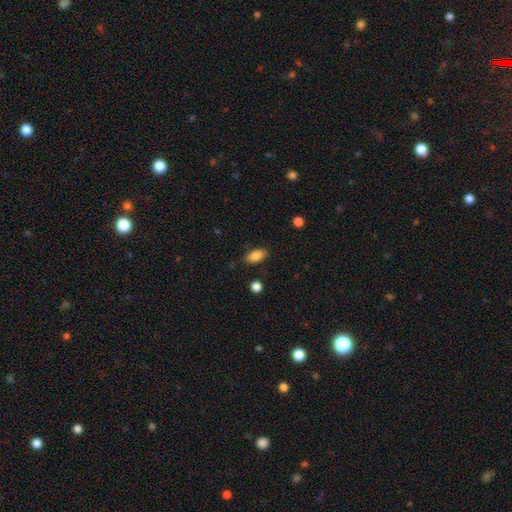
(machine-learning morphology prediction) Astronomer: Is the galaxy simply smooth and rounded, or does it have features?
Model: smooth — 86%.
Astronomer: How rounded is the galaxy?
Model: in between — 89%.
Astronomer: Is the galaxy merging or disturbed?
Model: none — 83%.